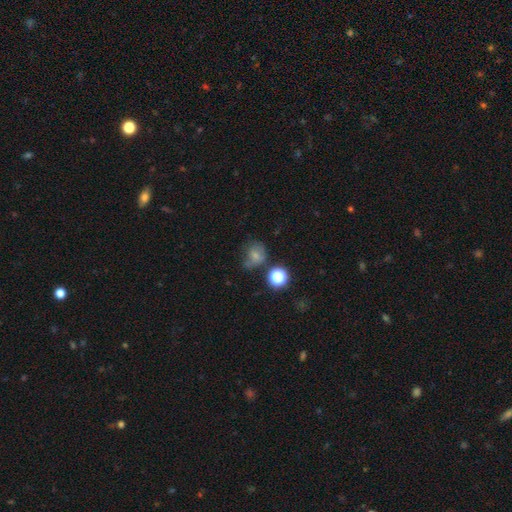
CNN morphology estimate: Smooth or featured? smooth (64%)
How rounded? round (66%)
Merging? none (45%)